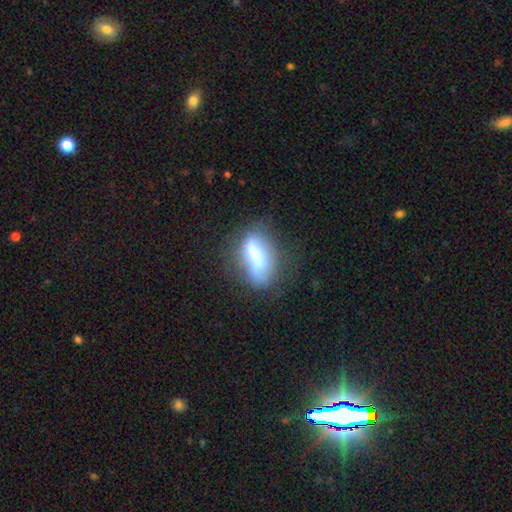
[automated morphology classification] This appears to be a smooth galaxy with no disk features (53%) that is in between round and cigar-shaped (72%). Merging: none (51%).